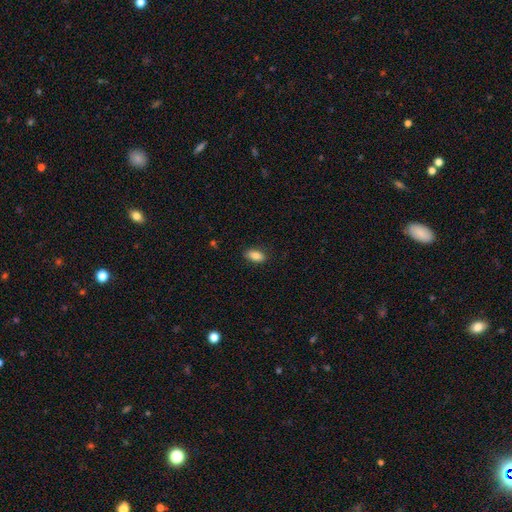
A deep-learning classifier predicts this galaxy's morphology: This is clearly a smooth galaxy (84%). How rounded: clearly in between (91%). Merging: clearly none (85%).